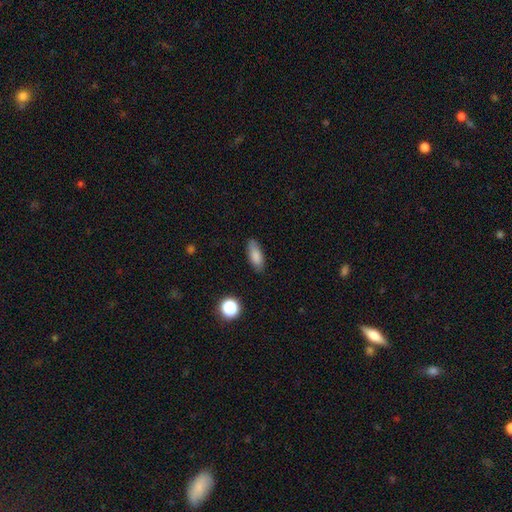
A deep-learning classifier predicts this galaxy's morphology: A smooth galaxy with no disk features (83%) that is in between round and cigar-shaped (78%).

Vote fractions:
- Smooth or featured? smooth: 83% / featured or disk: 9% / star or artifact: 8%
- How rounded? in between: 78% / cigar-shaped: 19% / round: 3%
- Merging? none: 83% / minor disturbance: 13% / major disturbance: 3% / merger: 1%